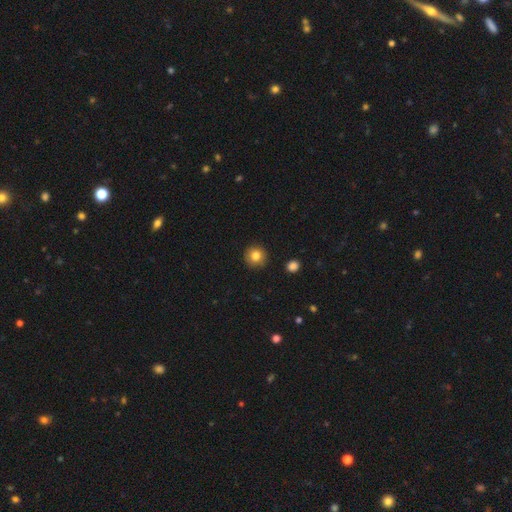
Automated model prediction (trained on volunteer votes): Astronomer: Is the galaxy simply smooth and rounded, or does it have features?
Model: smooth — 82%.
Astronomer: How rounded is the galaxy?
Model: round — 94%.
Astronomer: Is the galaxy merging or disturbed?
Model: none — 90%.